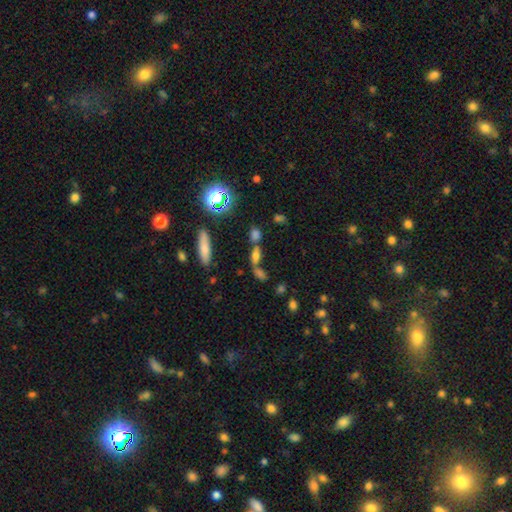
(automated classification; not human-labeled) Q: Smooth or featured?
A: smooth (55%); runner-up: star or artifact (24%)
Q: How rounded?
A: in between (51%); runner-up: cigar-shaped (34%)
Q: Merging?
A: merger (43%); runner-up: none (38%)